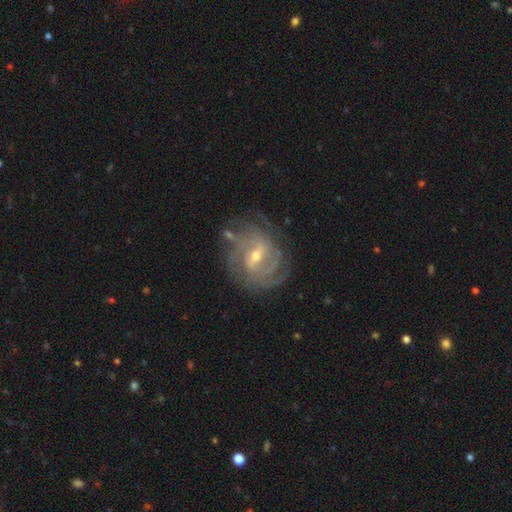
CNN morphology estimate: Smooth or featured? featured or disk (85%)
Edge-on disk? no (96%)
Bar? weak (52%)
Spiral arms? yes (95%)
Spiral winding? tight (61%)
Spiral arm count? can't tell (31%)
Bulge size? small (53%)
Merging? none (75%)